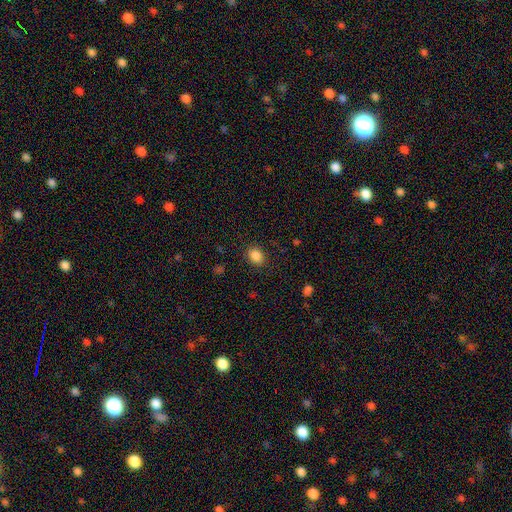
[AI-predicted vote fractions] A smooth galaxy with no disk features (86%) that is round (56%). Merging: none (87%).